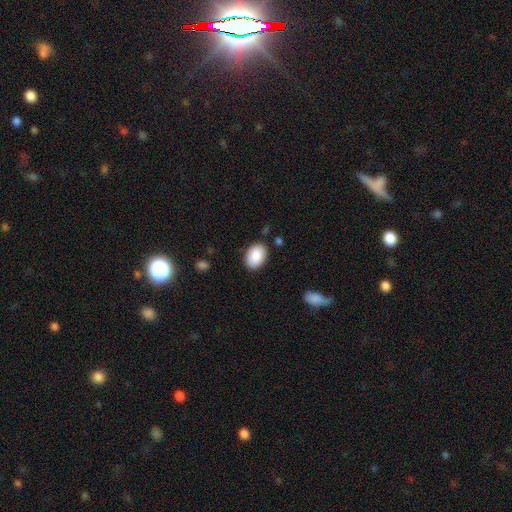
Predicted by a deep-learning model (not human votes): smooth_or_featured: smooth (p=0.89) [alt: star or artifact p=0.06]
how_rounded: in between (p=0.85) [alt: round p=0.14]
merging: none (p=0.85) [alt: minor disturbance p=0.10]